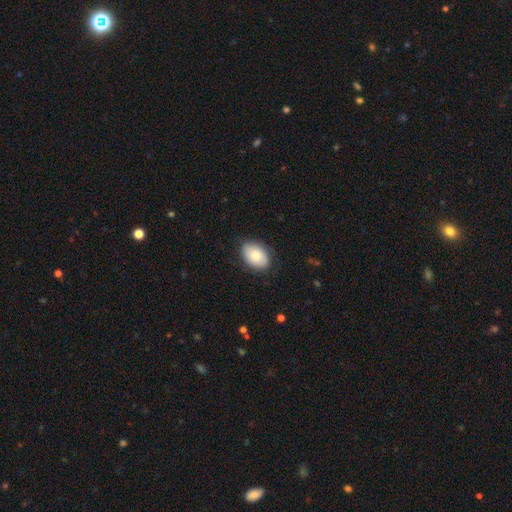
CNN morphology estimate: Overall: smooth (82%). How rounded: in between (86%). Merging: none (81%).